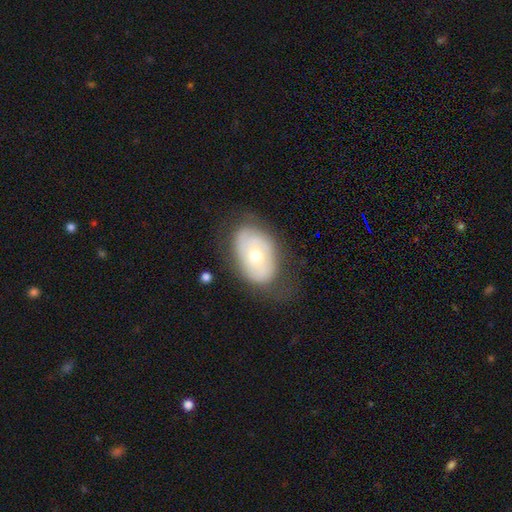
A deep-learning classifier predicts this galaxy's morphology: A featured or disk galaxy (53%).

Vote fractions:
- Smooth or featured? featured or disk: 53% / smooth: 40% / star or artifact: 7%
- Edge-on disk? no: 93% / yes: 7%
- Merging? none: 64% / minor disturbance: 24% / major disturbance: 11% / merger: 1%